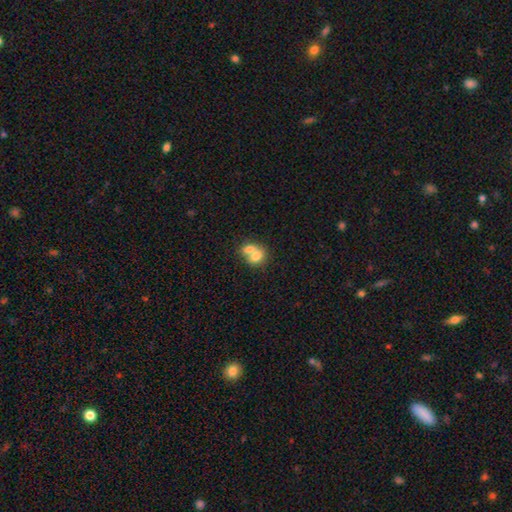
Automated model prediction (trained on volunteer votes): Overall: smooth (72%). How rounded: in between (55%; round 44%). Merging: merger (69%).